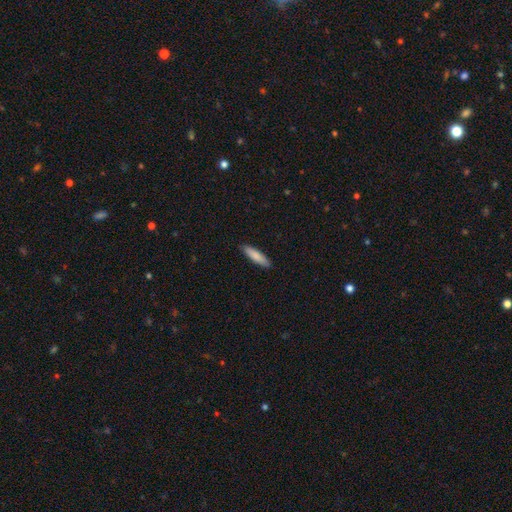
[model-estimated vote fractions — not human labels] This appears to be a smooth galaxy with no disk features (84%) that is cigar-shaped (76%). Merging: none (89%).